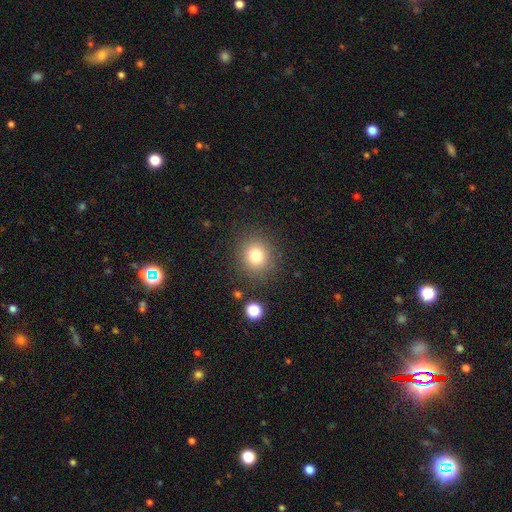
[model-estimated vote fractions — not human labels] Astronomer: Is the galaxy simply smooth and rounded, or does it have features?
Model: smooth — 79%.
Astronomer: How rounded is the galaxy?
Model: round — 86%.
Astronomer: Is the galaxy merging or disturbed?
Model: none — 86%.